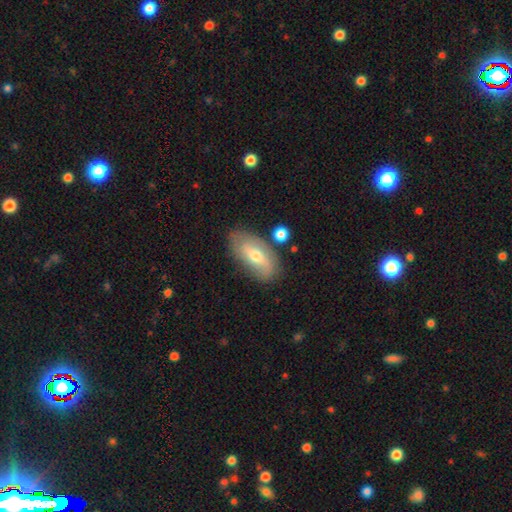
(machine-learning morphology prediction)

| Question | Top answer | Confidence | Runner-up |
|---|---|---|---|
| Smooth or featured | smooth | 51% | featured or disk (42%) |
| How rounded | in between | 88% | cigar-shaped (9%) |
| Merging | none | 72% | minor disturbance (18%) |